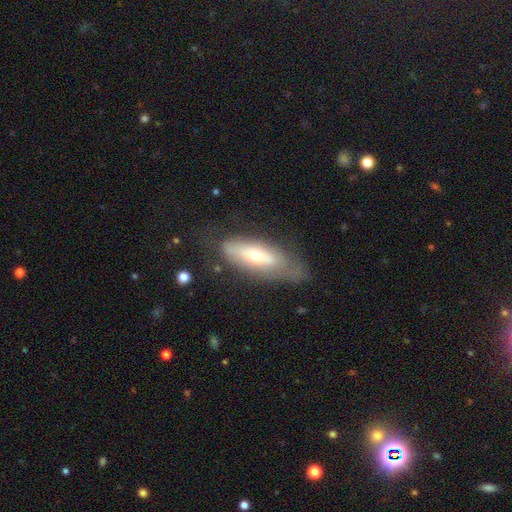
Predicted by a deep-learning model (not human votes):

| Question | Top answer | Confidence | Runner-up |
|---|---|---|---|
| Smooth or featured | featured or disk | 48% | smooth (45%) |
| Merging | none | 52% | minor disturbance (29%) |